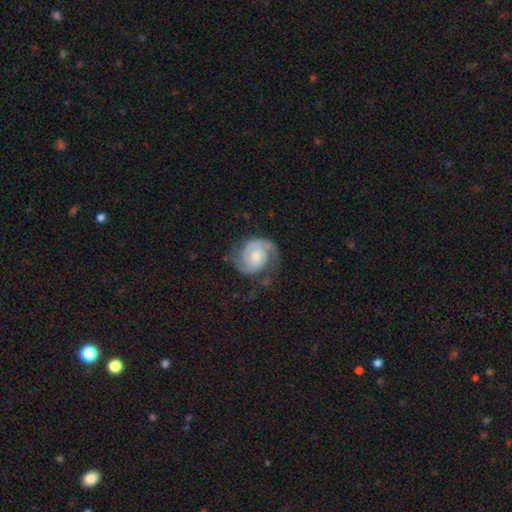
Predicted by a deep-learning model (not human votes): The model was most divided on "spiral winding": tight: 44%, medium: 43%, loose: 14%. Remaining: edge-on disk — no (98%); spiral arms — yes (96%); spiral arm count — 2 (87%); smooth or featured — featured or disk (83%); merging — none (67%); bar — no (66%); bulge size — moderate (45%).